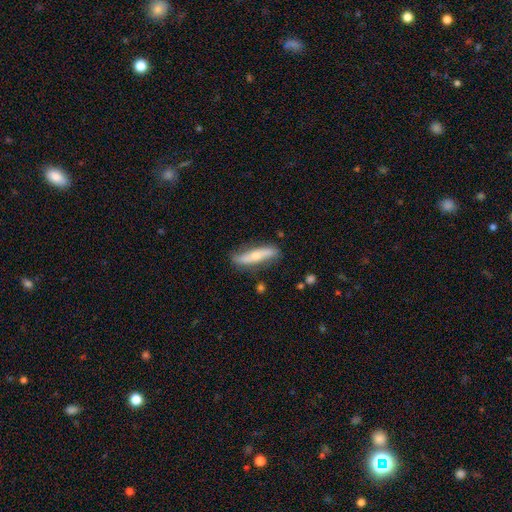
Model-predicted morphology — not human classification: This is possibly a featured or disk galaxy (49%). Merging: likely none (78%).